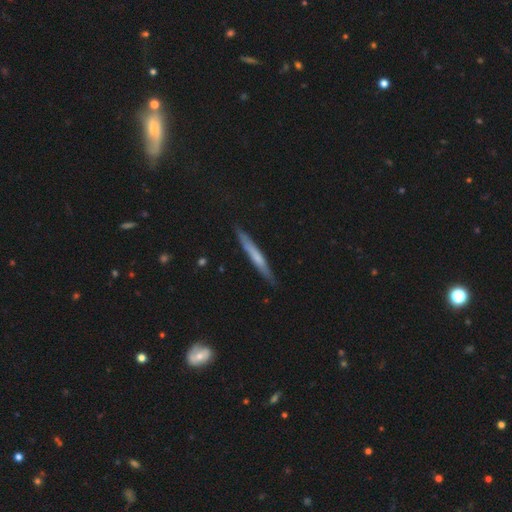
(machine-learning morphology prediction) smooth_or_featured: smooth (p=0.50) [alt: featured or disk p=0.44]
how_rounded: cigar-shaped (p=0.96) [alt: in between p=0.03]
merging: none (p=0.85) [alt: minor disturbance p=0.12]